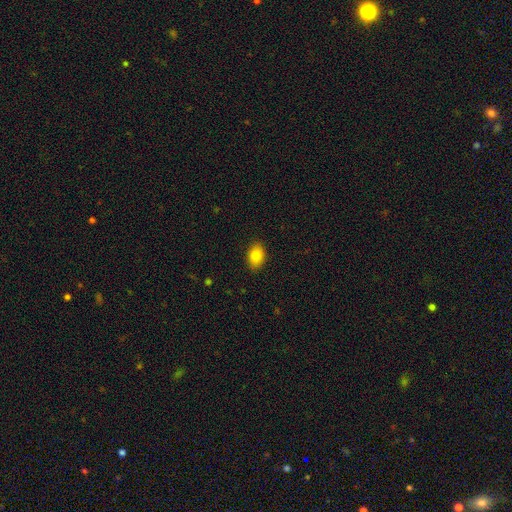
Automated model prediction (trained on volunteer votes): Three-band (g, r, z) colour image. It shows a smooth galaxy with no disk features (83%) that is in between round and cigar-shaped (82%). Merging: none (88%).